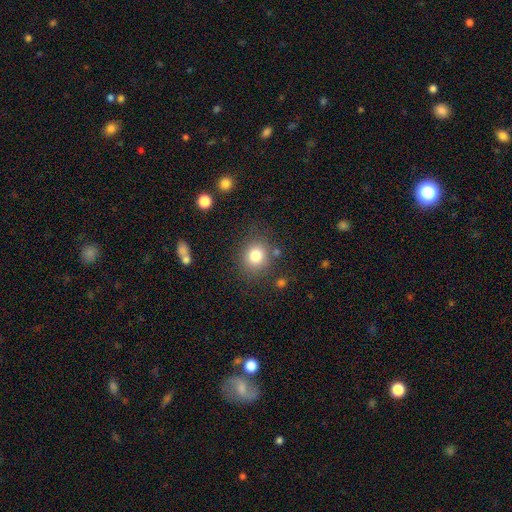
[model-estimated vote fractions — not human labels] Overall: smooth (81%). How rounded: round (76%). Merging: none (78%).